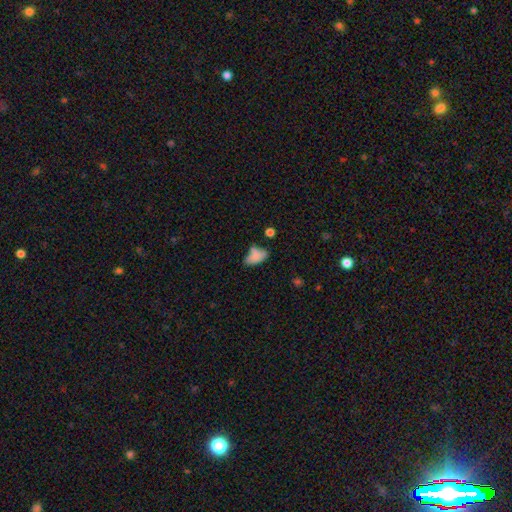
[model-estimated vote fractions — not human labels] Smooth or featured?
  - smooth: 74% *
  - featured or disk: 16%
  - star or artifact: 11%
How rounded?
  - in between: 89% *
  - round: 6%
  - cigar-shaped: 4%
Merging?
  - none: 36% *
  - minor disturbance: 28%
  - merger: 19%
  - major disturbance: 17%